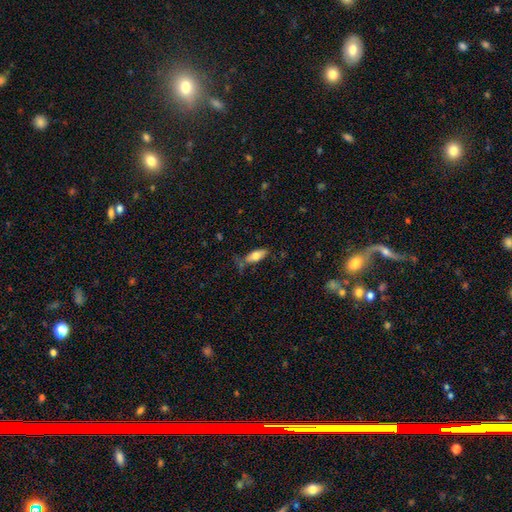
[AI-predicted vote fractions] smooth-or-featured: smooth: 71% | featured or disk: 22% | star or artifact: 7%
  how-rounded: in between: 76% | cigar-shaped: 21% | round: 2%
  merging: none: 63% | minor disturbance: 23% | major disturbance: 7% | merger: 6%